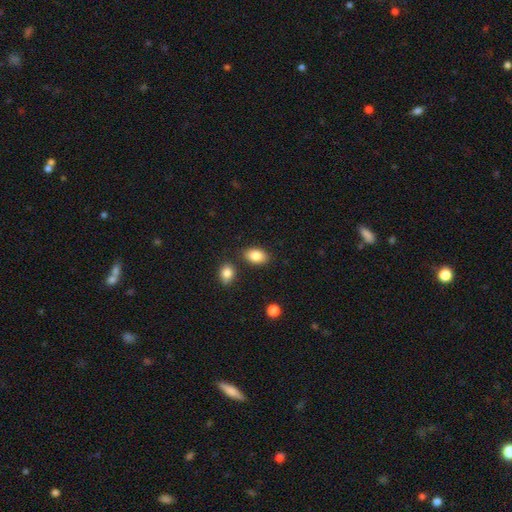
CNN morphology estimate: This appears to be a smooth galaxy with no disk features (85%) that is in between round and cigar-shaped (89%). Merging: none (81%).